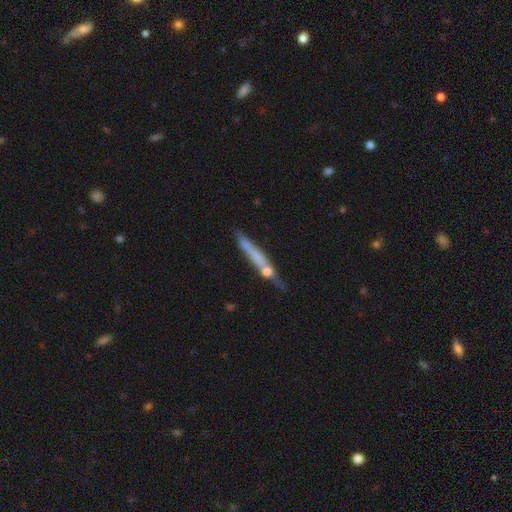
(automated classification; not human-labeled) Smooth or featured: featured or disk — 49% (smooth — 42%)
Merging: none — 66% (minor disturbance — 17%)